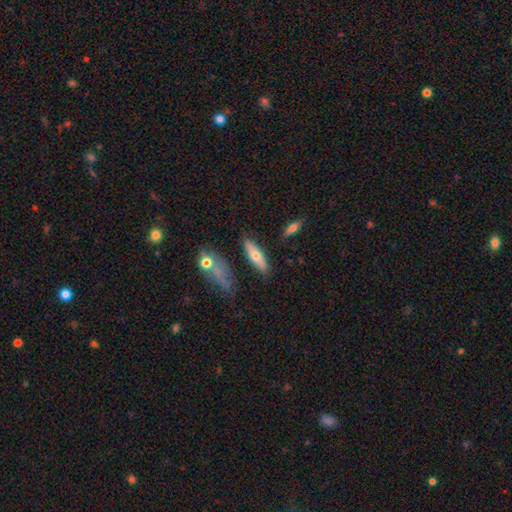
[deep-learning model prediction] Overall: smooth (58%; featured or disk 35%). How rounded: cigar-shaped (50%; in between 47%). Merging: none (77%).